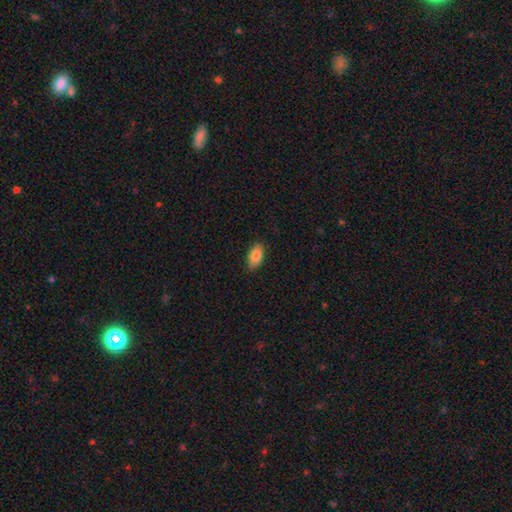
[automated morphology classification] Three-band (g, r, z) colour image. It shows a smooth galaxy with no disk features (86%) that is in between round and cigar-shaped (93%). Merging: none (87%).